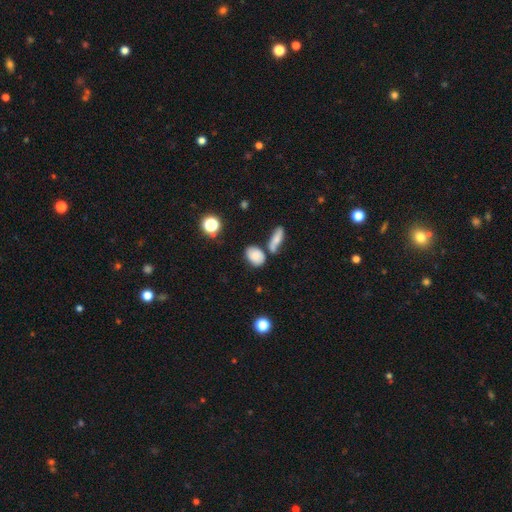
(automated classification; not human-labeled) smooth-or-featured: smooth: 81% | star or artifact: 10% | featured or disk: 9%
  how-rounded: in between: 78% | round: 19% | cigar-shaped: 4%
  merging: none: 57% | merger: 23% | minor disturbance: 15% | major disturbance: 5%